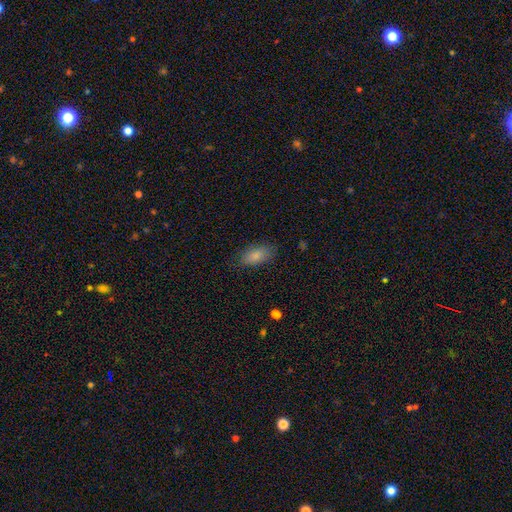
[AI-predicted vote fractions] The model was most divided on "merging": none: 80%, minor disturbance: 15%, major disturbance: 4%, merger: 1%. More confident: how rounded — in between (91%); smooth or featured — smooth (85%).